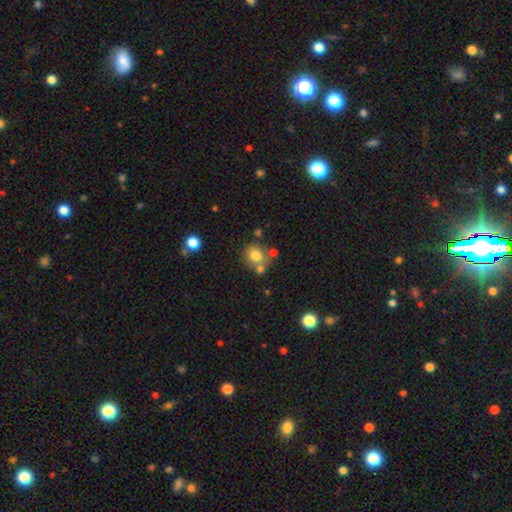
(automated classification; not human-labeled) Overall: smooth (76%). How rounded: round (70%). Merging: none (58%; merger 24%).